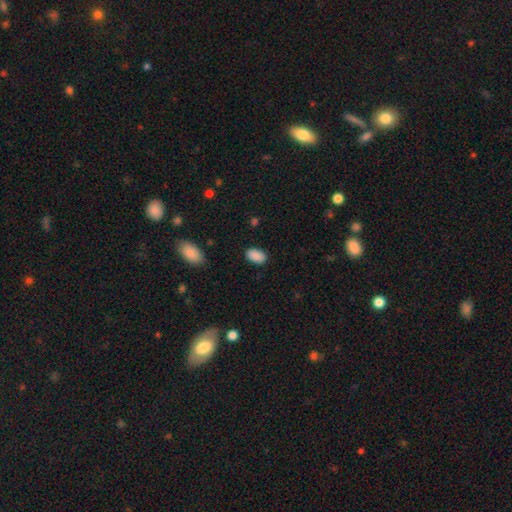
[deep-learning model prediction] This appears to be a smooth galaxy with no disk features (89%) that is in between round and cigar-shaped (92%). Merging: none (86%).